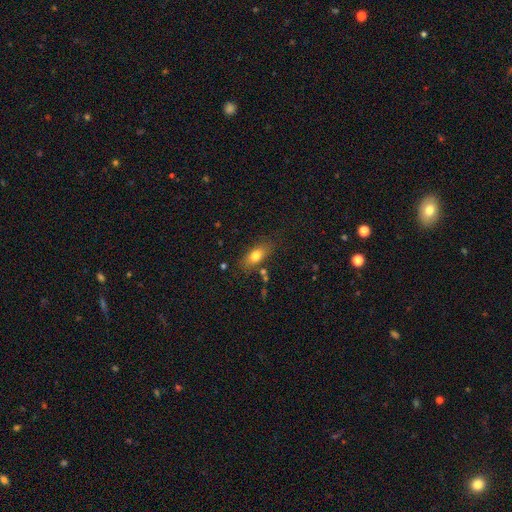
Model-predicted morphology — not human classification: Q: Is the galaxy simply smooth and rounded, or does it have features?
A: smooth — 76%.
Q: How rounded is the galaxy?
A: in between — 81%.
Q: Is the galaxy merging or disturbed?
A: none — 77%.